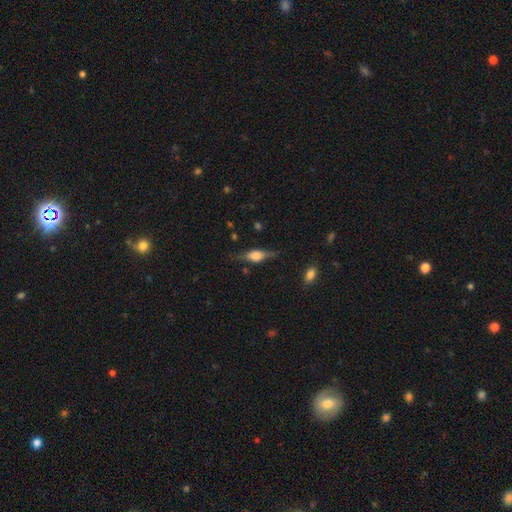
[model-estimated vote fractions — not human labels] Smooth or featured: featured or disk — 54% (smooth — 39%)
Edge-on disk: yes — 93% (no — 7%)
Merging: none — 73% (minor disturbance — 19%)